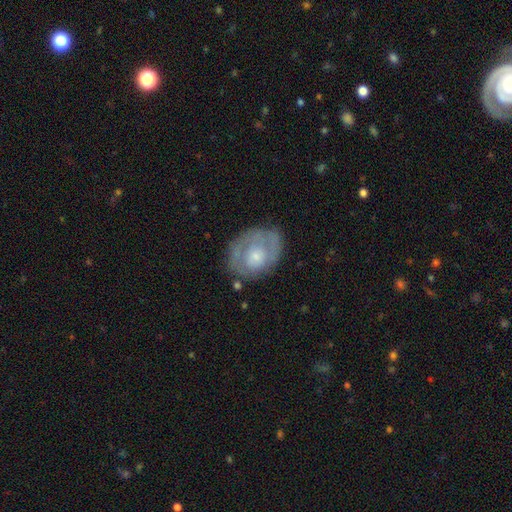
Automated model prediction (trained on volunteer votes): Q: Smooth or featured?
A: featured or disk (59%); runner-up: smooth (35%)
Q: Edge-on disk?
A: no (96%); runner-up: yes (4%)
Q: Bar?
A: no (83%); runner-up: weak (14%)
Q: Spiral arms?
A: yes (51%); runner-up: no (49%)
Q: Bulge size?
A: small (49%); runner-up: moderate (40%)
Q: Merging?
A: none (68%); runner-up: minor disturbance (21%)